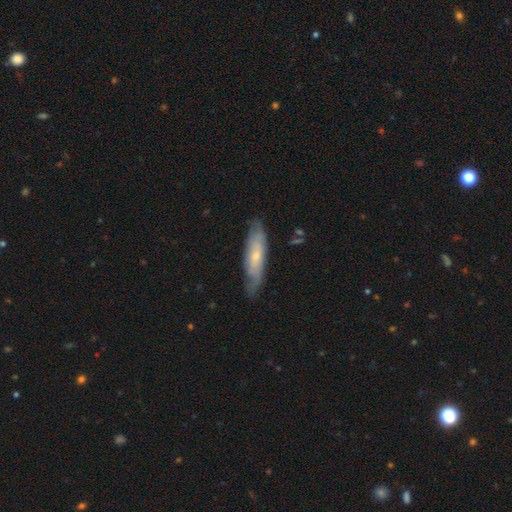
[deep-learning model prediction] Smooth or featured?
  - featured or disk: 49% *
  - smooth: 45%
  - star or artifact: 6%
Merging?
  - none: 73% *
  - minor disturbance: 21%
  - major disturbance: 5%
  - merger: 1%